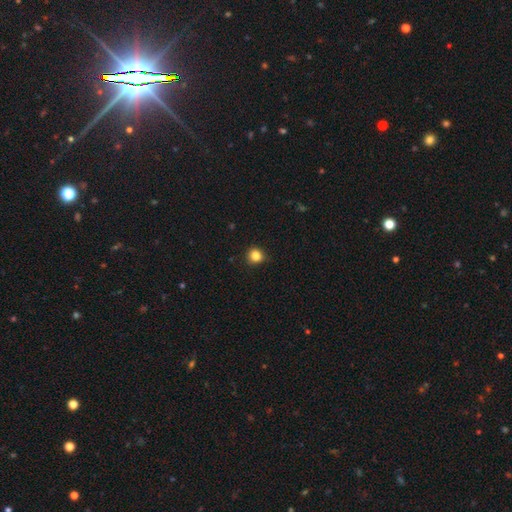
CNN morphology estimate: A smooth galaxy with no disk features (84%) that is round (87%). Merging: none (85%).